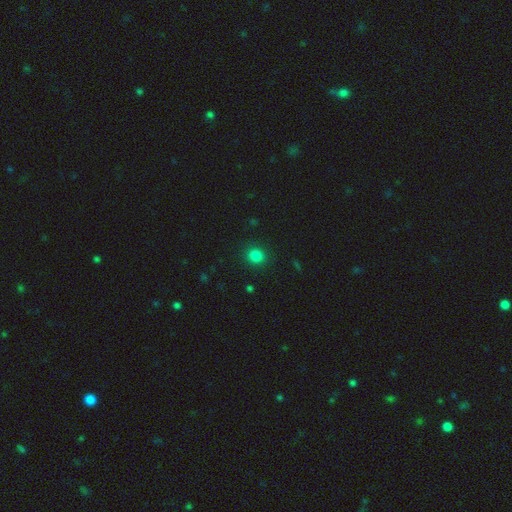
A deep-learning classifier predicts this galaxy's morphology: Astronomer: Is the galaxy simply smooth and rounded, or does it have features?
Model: smooth — 84%.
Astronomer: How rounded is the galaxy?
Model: round — 82%.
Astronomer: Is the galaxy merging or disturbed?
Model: none — 90%.